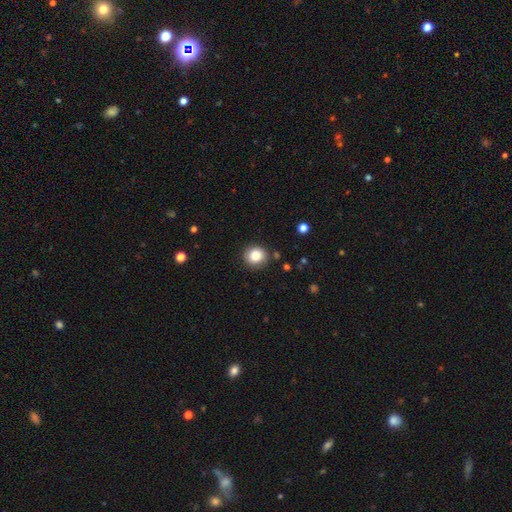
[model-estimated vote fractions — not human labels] A smooth galaxy with no disk features (84%) that is round (89%). Merging: none (87%).